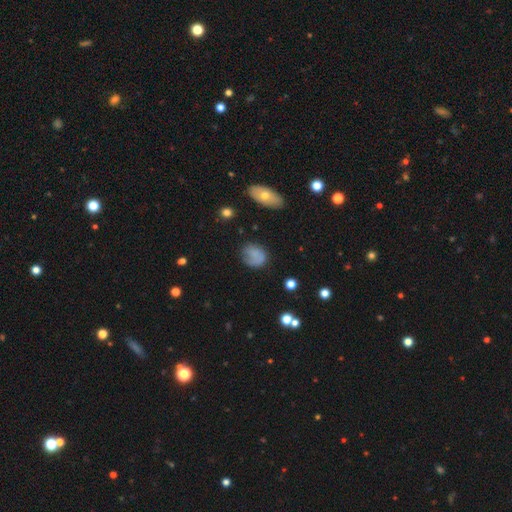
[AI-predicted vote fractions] Smooth or featured? smooth (70%)
How rounded? round (54%)
Merging? none (55%)